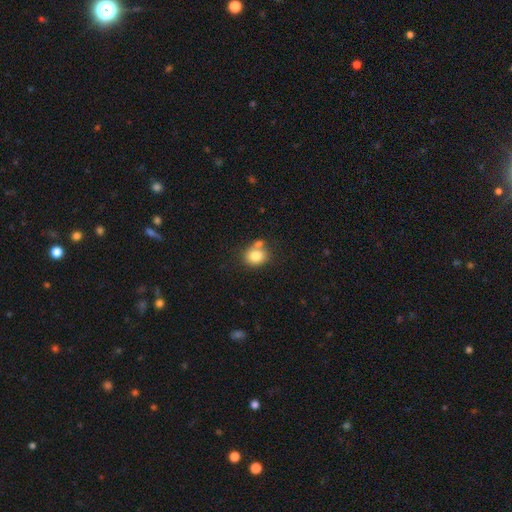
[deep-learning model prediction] This is clearly a smooth galaxy (81%). How rounded: likely round (62%). Merging: possibly none (54%).